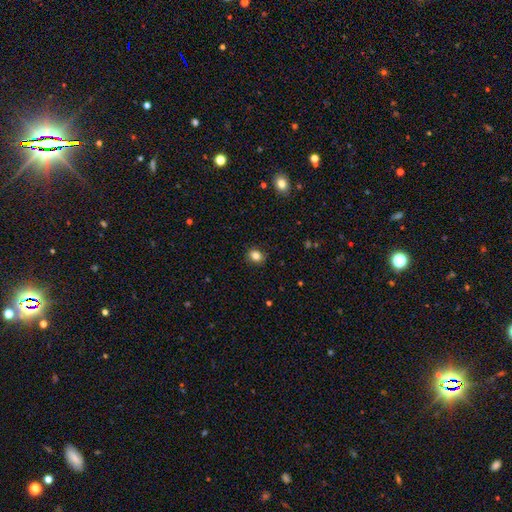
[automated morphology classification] Smooth or featured? Predicted: smooth (p=0.84). How rounded? Predicted: round (p=0.61). Merging? Predicted: none (p=0.88).